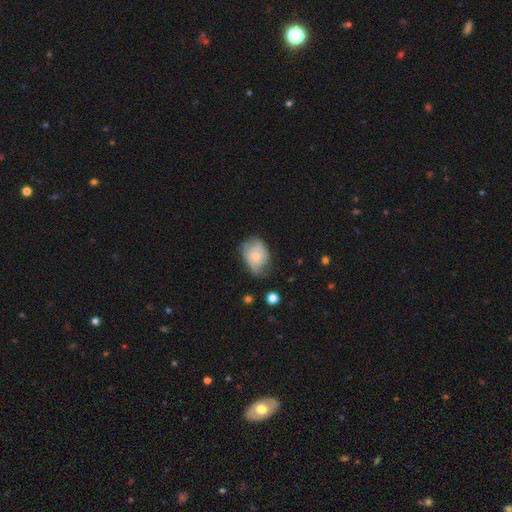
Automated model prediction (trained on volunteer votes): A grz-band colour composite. It shows a featured or disk galaxy (48%). Merging: none (51%).